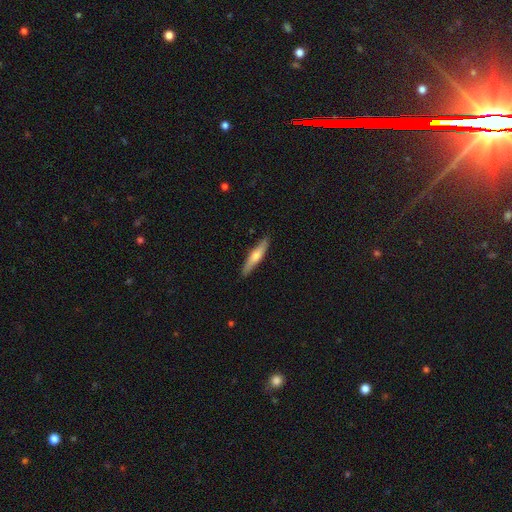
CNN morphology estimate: Smooth or featured: smooth — 51% (featured or disk — 43%)
How rounded: cigar-shaped — 87% (in between — 11%)
Merging: none — 88% (minor disturbance — 9%)